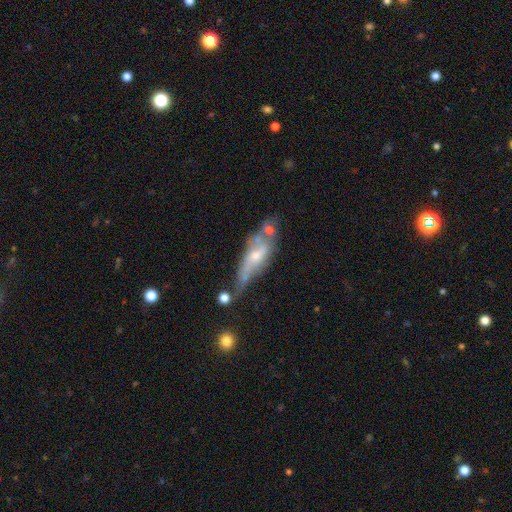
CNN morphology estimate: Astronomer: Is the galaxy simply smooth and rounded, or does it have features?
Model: featured or disk — 62%.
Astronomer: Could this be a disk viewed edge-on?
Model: no — 71%.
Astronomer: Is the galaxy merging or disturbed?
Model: none — 30% (runner-up: minor disturbance, 26%).